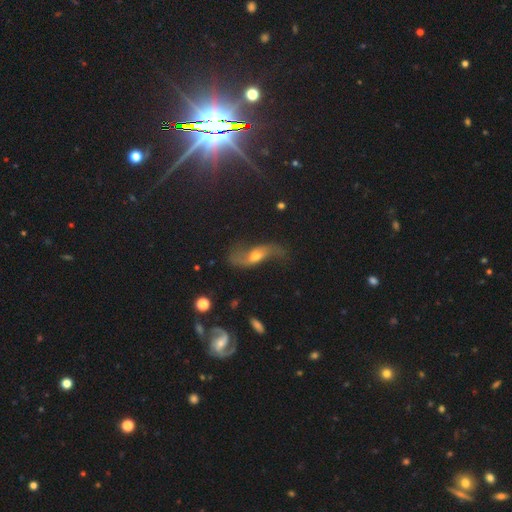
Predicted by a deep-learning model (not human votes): Smooth or featured?
  - featured or disk: 72% *
  - smooth: 19%
  - star or artifact: 9%
Edge-on disk?
  - no: 84% *
  - yes: 16%
Bar?
  - no: 48% *
  - weak: 36%
  - strong: 16%
Spiral arms?
  - yes: 88% *
  - no: 12%
Spiral winding?
  - loose: 89% *
  - medium: 8%
  - tight: 3%
Spiral arm count?
  - 2: 91% *
  - can't tell: 3%
  - 1: 3%
  - 3: 1%
  - 4: 1%
  - more than 4: 1%
Bulge size?
  - moderate: 61% *
  - small: 27%
  - large: 8%
  - none: 3%
  - dominant: 2%
Merging?
  - none: 57% *
  - minor disturbance: 21%
  - major disturbance: 18%
  - merger: 3%